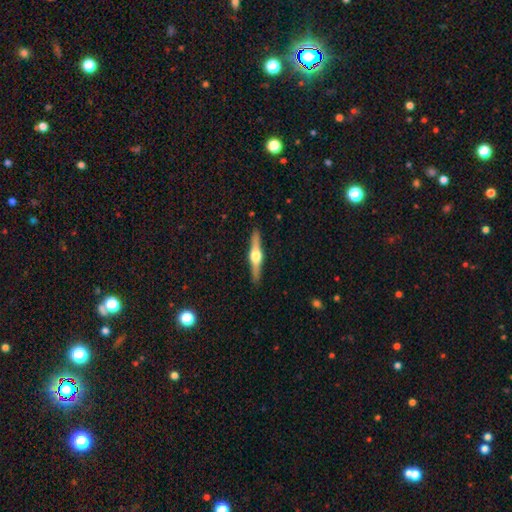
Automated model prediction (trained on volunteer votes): The model was most divided on "smooth or featured": featured or disk: 77%, smooth: 18%, star or artifact: 5%. More confident: edge-on disk — yes (98%); edge-on bulge — rounded (95%); merging — none (91%).